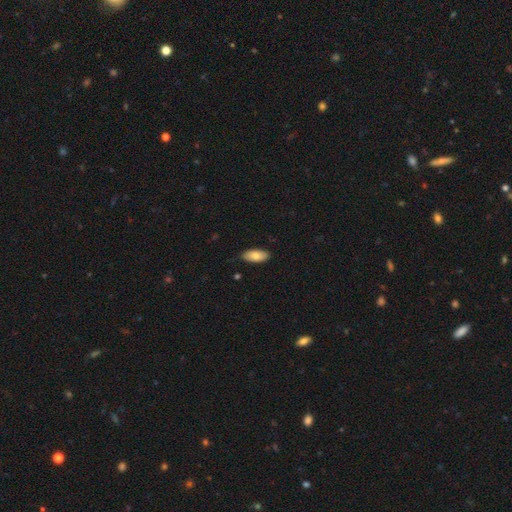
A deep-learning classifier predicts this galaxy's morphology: Smooth or featured?
  - smooth: 81% *
  - featured or disk: 12%
  - star or artifact: 6%
How rounded?
  - in between: 89% *
  - cigar-shaped: 9%
  - round: 2%
Merging?
  - none: 83% *
  - minor disturbance: 14%
  - major disturbance: 2%
  - merger: 1%